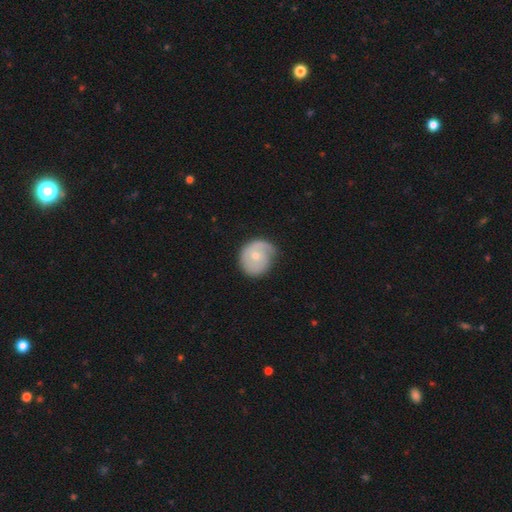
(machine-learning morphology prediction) A featured or disk galaxy (55%) with no bar (75%), spiral arms (79%) and a small central bulge (51%). Merging: none (61%).